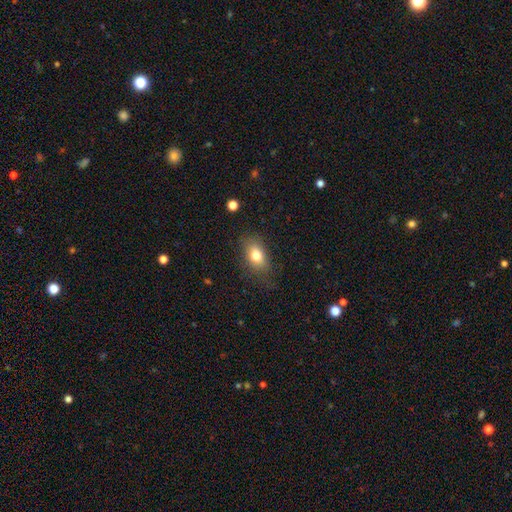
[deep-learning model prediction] The model was most divided on "merging": none: 75%, minor disturbance: 18%, major disturbance: 6%, merger: 1%. More confident: how rounded — in between (80%); smooth or featured — smooth (78%).